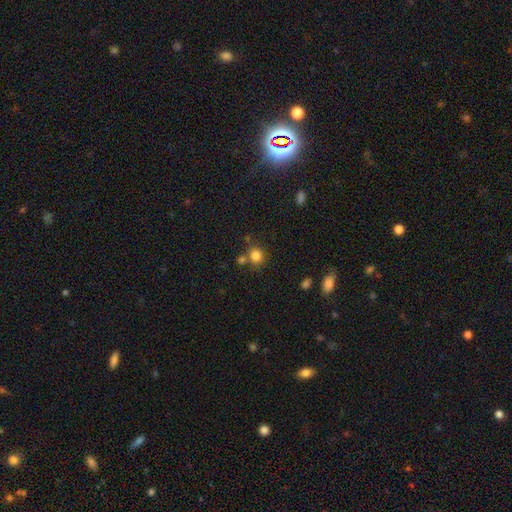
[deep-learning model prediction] Smooth or featured?
  - smooth: 82% *
  - star or artifact: 12%
  - featured or disk: 6%
How rounded?
  - round: 86% *
  - in between: 13%
  - cigar-shaped: 1%
Merging?
  - none: 68% *
  - merger: 17%
  - minor disturbance: 11%
  - major disturbance: 4%